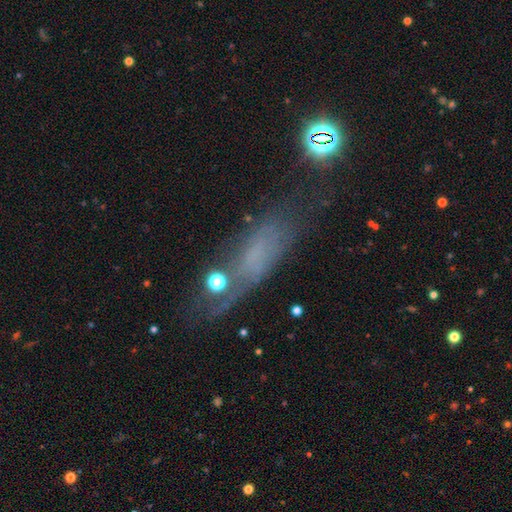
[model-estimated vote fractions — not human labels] This appears to be a smooth galaxy with no disk features (42%). Merging: none (55%).